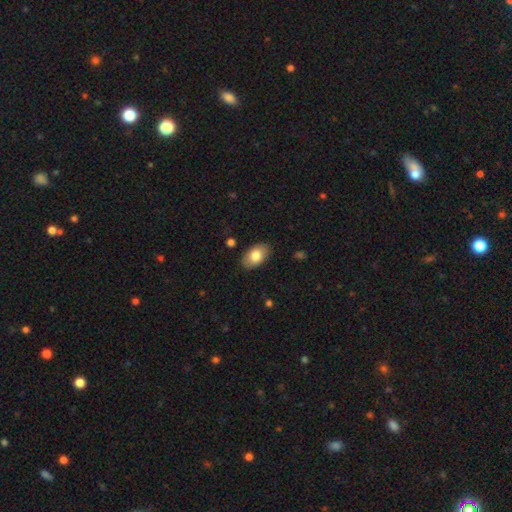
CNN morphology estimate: type=smooth (81%); roundness=in between (92%); merging=none (86%).